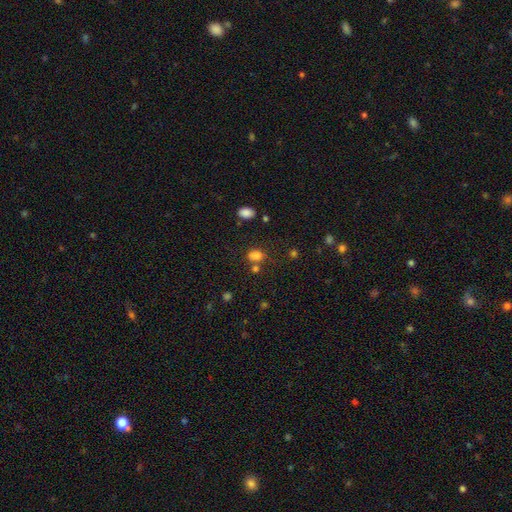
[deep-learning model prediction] This appears to be a smooth galaxy with no disk features (77%) that is in between round and cigar-shaped (67%). Merging: none (52%).